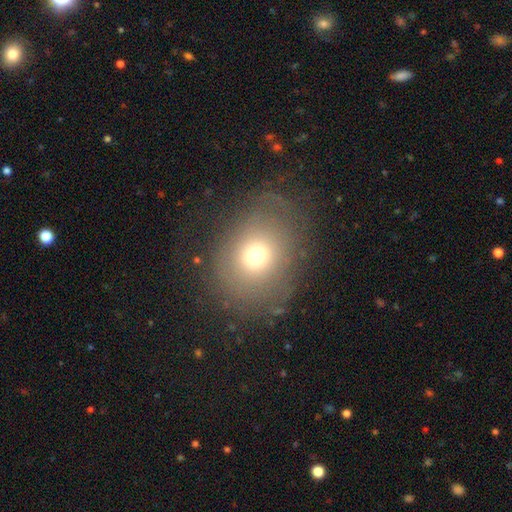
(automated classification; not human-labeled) Smooth or featured: smooth — 66% (featured or disk — 18%)
How rounded: round — 60% (in between — 39%)
Merging: none — 70% (minor disturbance — 16%)